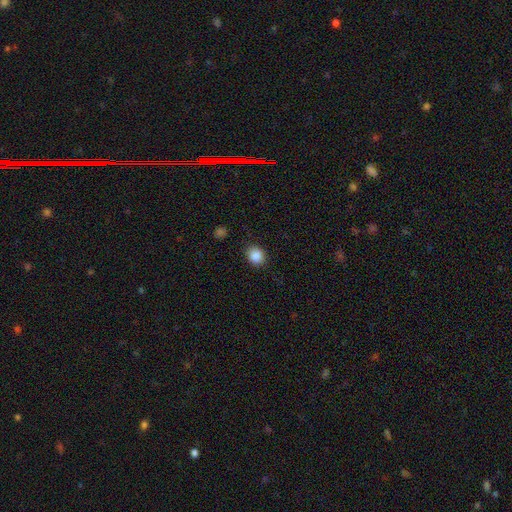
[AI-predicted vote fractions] Smooth or featured: smooth — 87% (star or artifact — 9%)
How rounded: round — 65% (in between — 34%)
Merging: none — 86% (minor disturbance — 10%)